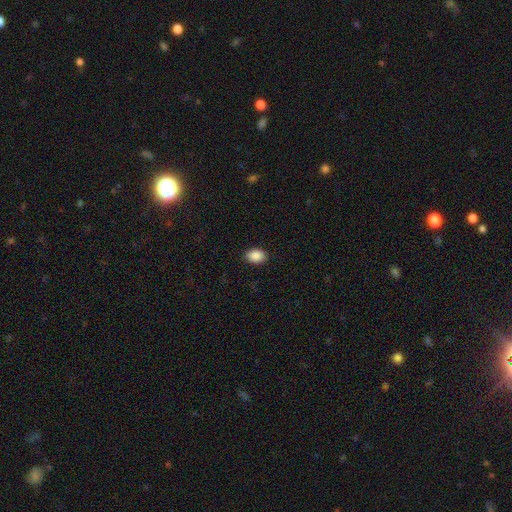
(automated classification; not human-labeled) The model was most divided on "how rounded": in between: 80%, round: 19%, cigar-shaped: 1%. More confident: smooth or featured — smooth (89%); merging — none (89%).